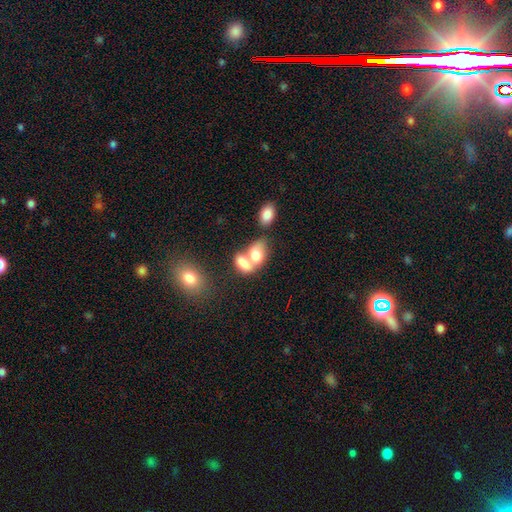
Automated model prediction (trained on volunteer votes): smooth_or_featured: smooth (p=0.76) [alt: featured or disk p=0.17]
how_rounded: in between (p=0.84) [alt: round p=0.14]
merging: merger (p=0.70) [alt: none p=0.17]